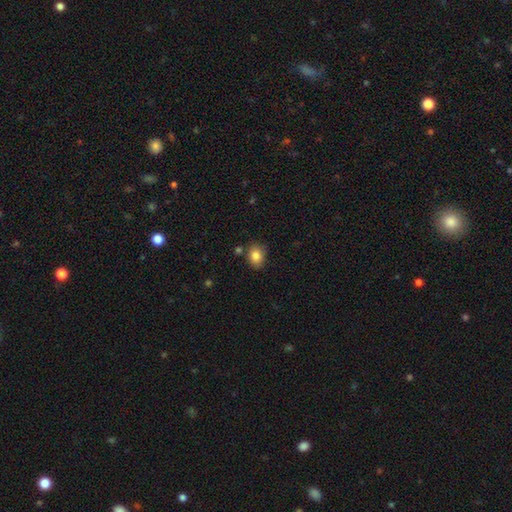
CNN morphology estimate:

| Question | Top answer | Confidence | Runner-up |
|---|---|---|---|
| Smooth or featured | smooth | 83% | star or artifact (10%) |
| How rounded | in between | 51% | round (48%) |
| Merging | none | 77% | minor disturbance (15%) |